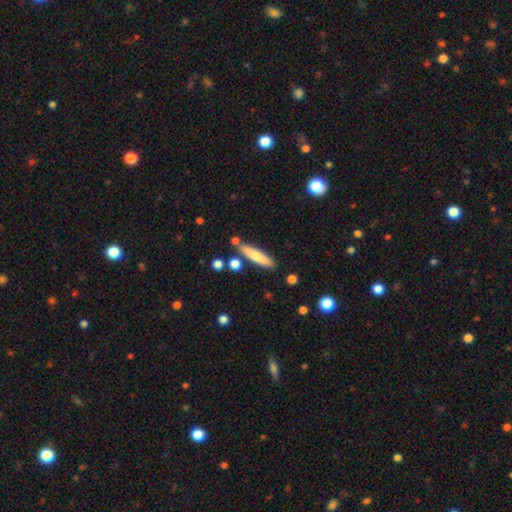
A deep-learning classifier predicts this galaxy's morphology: Overall: smooth (71%). How rounded: cigar-shaped (86%). Merging: none (80%).